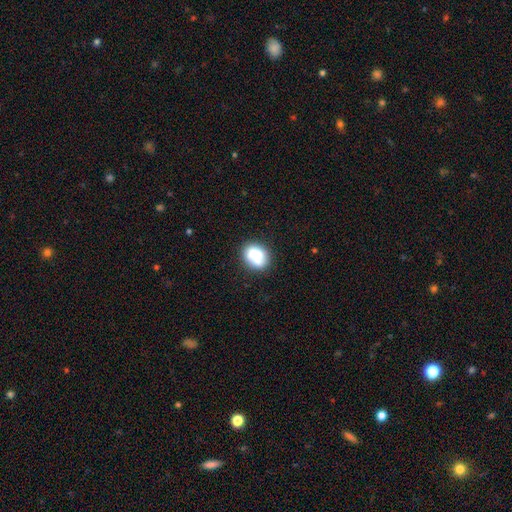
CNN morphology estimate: Smooth or featured? smooth (78%)
How rounded? in between (57%)
Merging? none (62%)